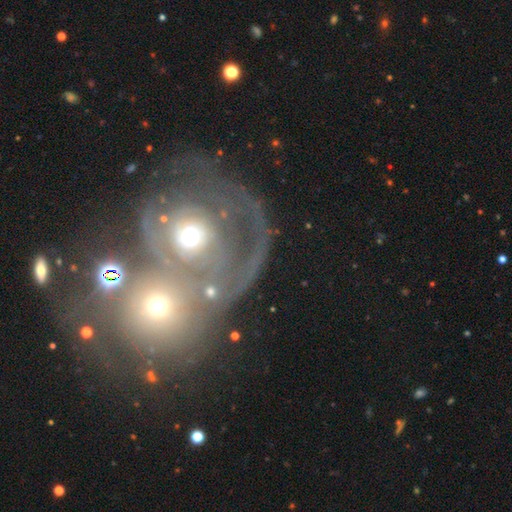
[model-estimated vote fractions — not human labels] smooth-or-featured: featured or disk: 57% | smooth: 29% | star or artifact: 14%
  disk-edge-on: no: 96% | yes: 4%
    bar: no: 85% | weak: 11% | strong: 4%
    has-spiral-arms: no: 51% | yes: 49%
    bulge-size: moderate: 55% | small: 29% | large: 8% | none: 4% | dominant: 3%
  merging: merger: 59% | none: 20% | major disturbance: 13% | minor disturbance: 8%